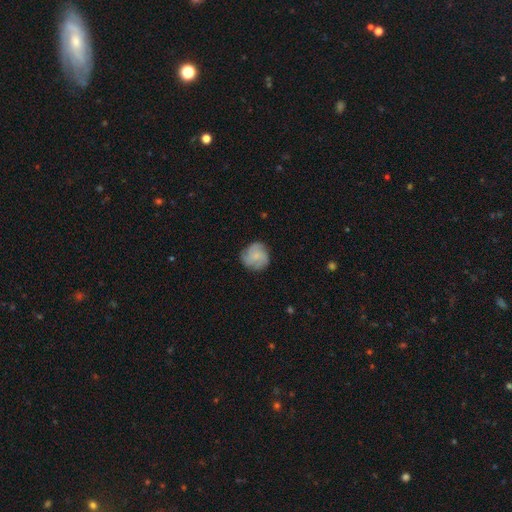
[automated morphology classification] Smooth or featured? Predicted: smooth (p=0.51). How rounded? Predicted: round (p=0.87). Merging? Predicted: none (p=0.76).